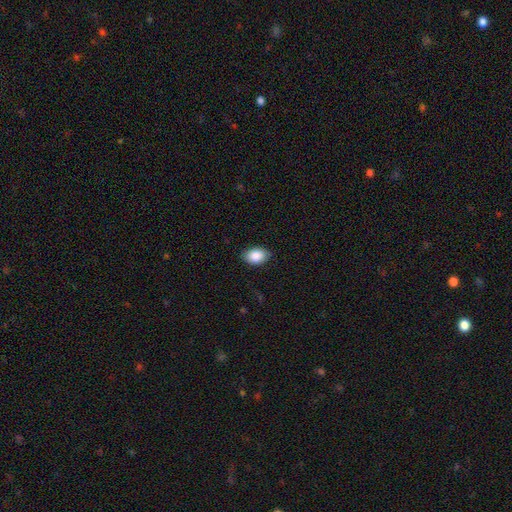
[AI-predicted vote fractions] Smooth or featured?
  - smooth: 88% *
  - star or artifact: 7%
  - featured or disk: 5%
How rounded?
  - in between: 84% *
  - round: 15%
  - cigar-shaped: 1%
Merging?
  - none: 85% *
  - minor disturbance: 12%
  - major disturbance: 2%
  - merger: 1%